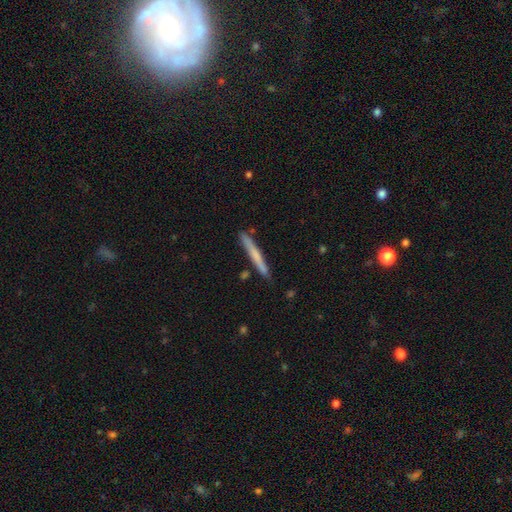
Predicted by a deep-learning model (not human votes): Smooth or featured? smooth (59%)
How rounded? cigar-shaped (97%)
Merging? none (86%)